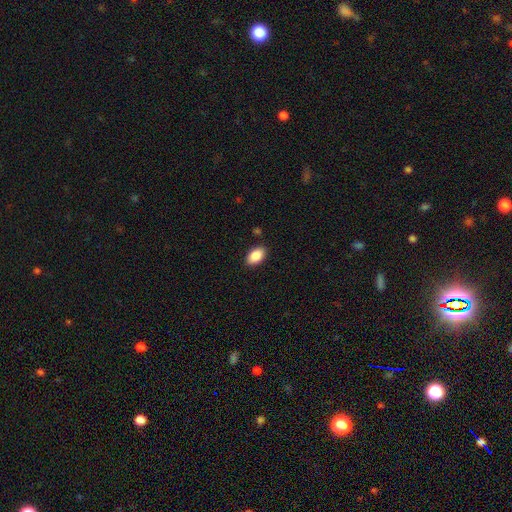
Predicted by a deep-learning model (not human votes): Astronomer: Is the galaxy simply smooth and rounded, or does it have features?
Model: smooth — 88%.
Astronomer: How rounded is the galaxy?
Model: in between — 92%.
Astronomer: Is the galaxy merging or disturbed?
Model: none — 88%.